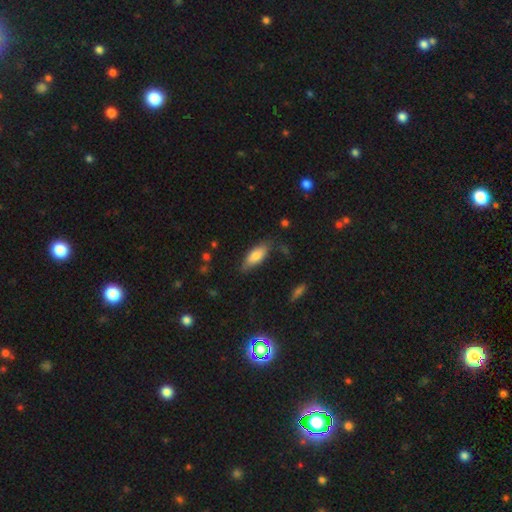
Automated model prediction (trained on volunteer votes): Smooth or featured: smooth — 77% (featured or disk — 17%)
How rounded: in between — 74% (cigar-shaped — 25%)
Merging: none — 71% (minor disturbance — 22%)